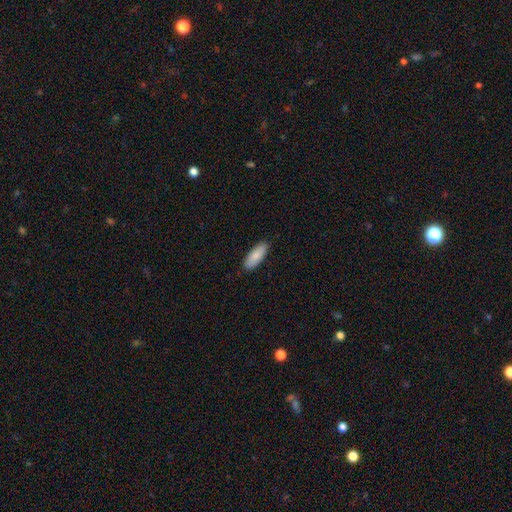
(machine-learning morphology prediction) Q: Smooth or featured?
A: smooth (87%); runner-up: featured or disk (8%)
Q: How rounded?
A: in between (73%); runner-up: cigar-shaped (25%)
Q: Merging?
A: none (89%); runner-up: minor disturbance (8%)